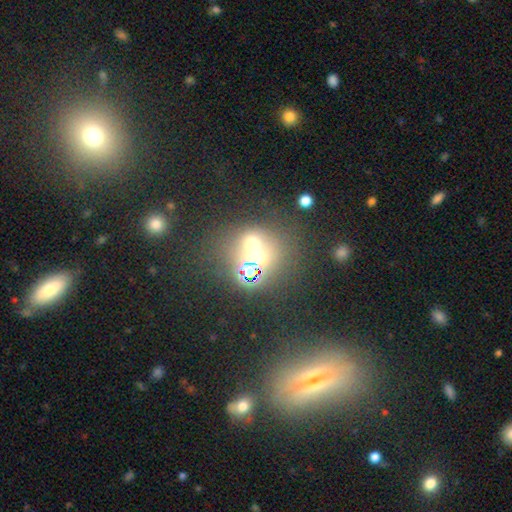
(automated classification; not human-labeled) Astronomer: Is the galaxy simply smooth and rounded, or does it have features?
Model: smooth — 49% (runner-up: star or artifact, 34%).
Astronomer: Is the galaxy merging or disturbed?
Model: none — 44% (runner-up: merger, 43%).